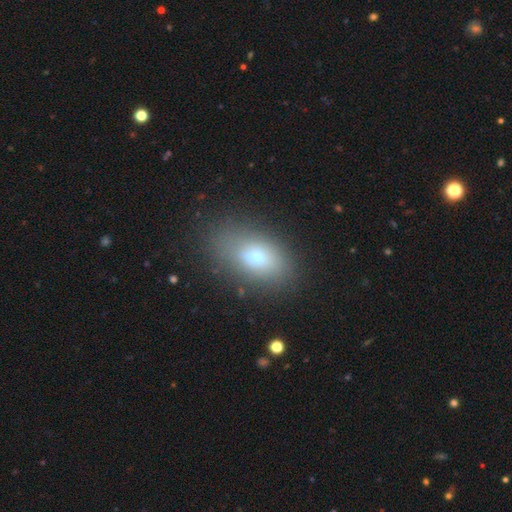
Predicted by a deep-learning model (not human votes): This appears to be a smooth galaxy with no disk features (69%) that is in between round and cigar-shaped (86%). Merging: none (78%).